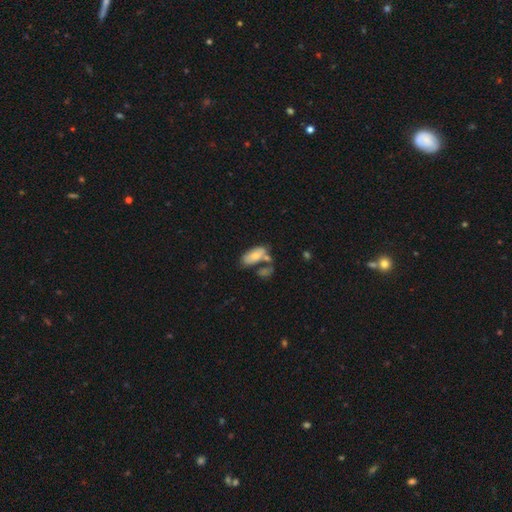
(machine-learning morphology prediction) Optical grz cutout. It shows a smooth galaxy with no disk features (70%) that is in between round and cigar-shaped (90%). Merging: none (40%).